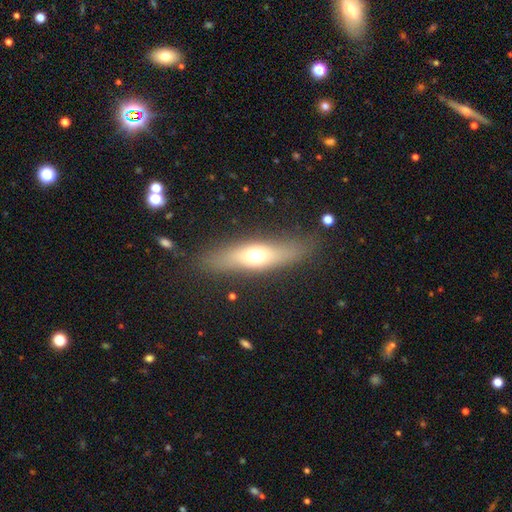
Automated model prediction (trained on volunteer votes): Smooth or featured? smooth (53%)
How rounded? cigar-shaped (56%)
Merging? none (81%)